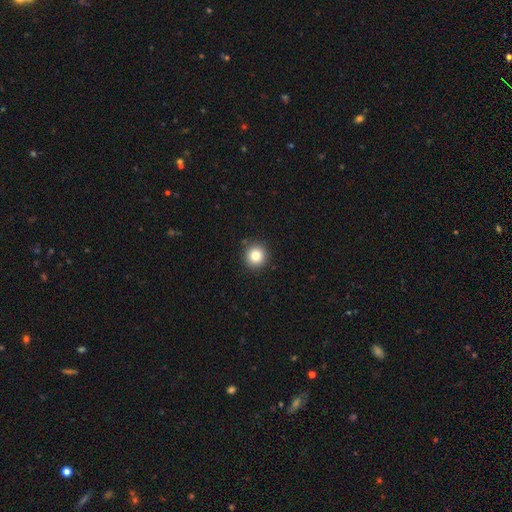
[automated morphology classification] The model was most divided on "smooth or featured": smooth: 82%, star or artifact: 11%, featured or disk: 7%. More confident: how rounded — round (94%); merging — none (90%).